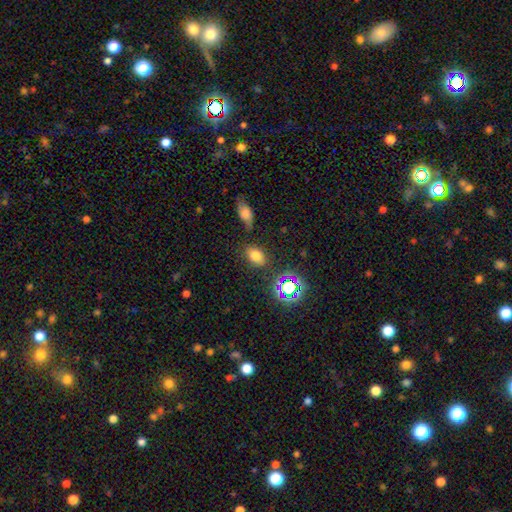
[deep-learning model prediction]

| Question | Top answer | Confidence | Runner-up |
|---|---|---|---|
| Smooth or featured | smooth | 72% | star or artifact (18%) |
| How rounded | in between | 78% | round (21%) |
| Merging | none | 79% | minor disturbance (13%) |